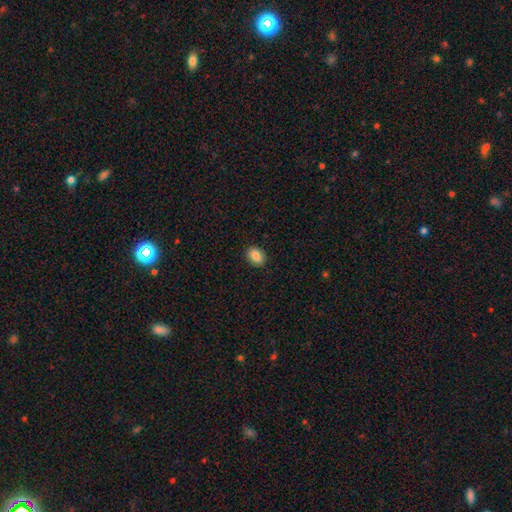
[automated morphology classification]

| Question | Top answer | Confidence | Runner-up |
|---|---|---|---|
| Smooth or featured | smooth | 85% | star or artifact (8%) |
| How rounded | in between | 76% | round (22%) |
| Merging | none | 89% | minor disturbance (8%) |